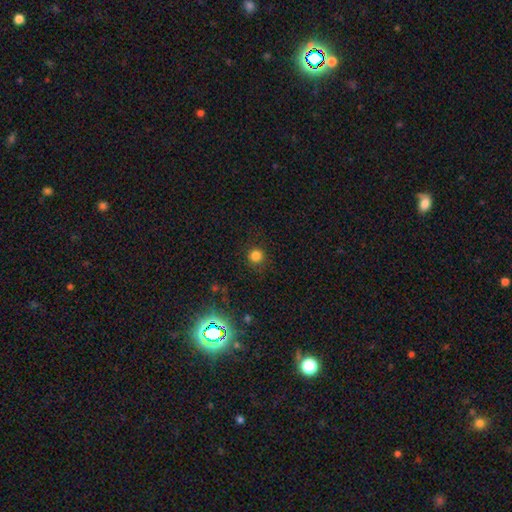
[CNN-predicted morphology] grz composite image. It shows a smooth galaxy with no disk features (81%) that is round (94%). Merging: none (88%).